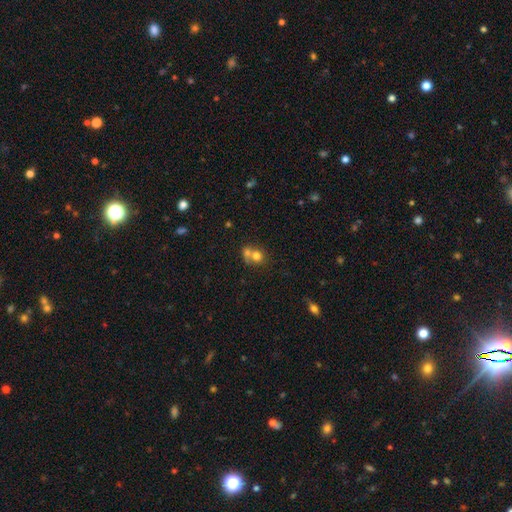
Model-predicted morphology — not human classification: Smooth or featured: smooth — 72% (featured or disk — 16%)
How rounded: round — 71% (in between — 28%)
Merging: merger — 61% (none — 29%)